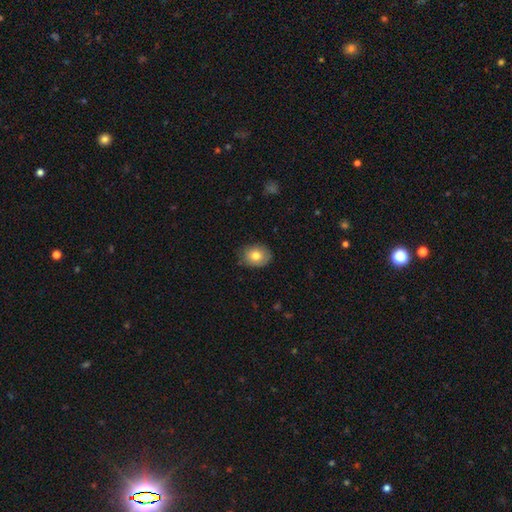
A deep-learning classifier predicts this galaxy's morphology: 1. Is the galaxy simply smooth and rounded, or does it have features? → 78% smooth, 14% featured or disk, 8% star or artifact.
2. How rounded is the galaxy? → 56% in between, 43% round, 1% cigar-shaped.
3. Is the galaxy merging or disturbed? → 79% none, 17% minor disturbance, 3% major disturbance, 1% merger.